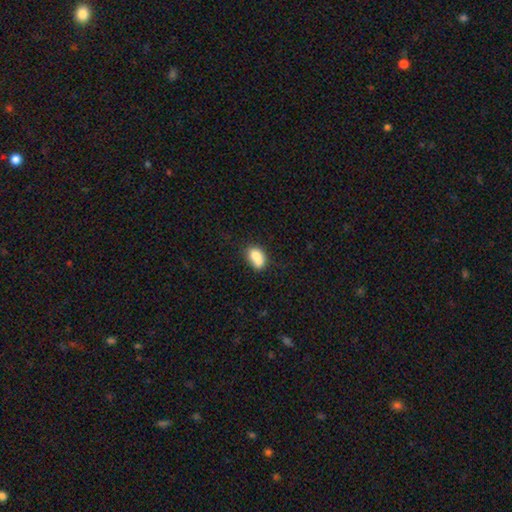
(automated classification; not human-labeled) This appears to be a smooth galaxy with no disk features (74%) that is in between round and cigar-shaped (68%). Merging: merger (48%).